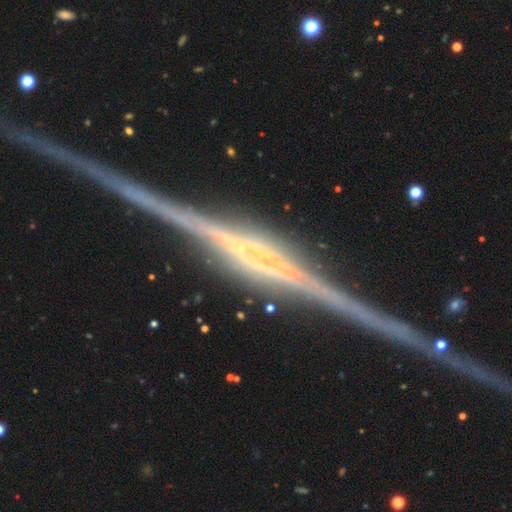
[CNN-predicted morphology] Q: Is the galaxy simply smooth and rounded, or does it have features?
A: featured or disk — 91%.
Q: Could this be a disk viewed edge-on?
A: yes — 98%.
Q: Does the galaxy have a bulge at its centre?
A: rounded — 49%.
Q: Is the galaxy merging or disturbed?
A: none — 86%.